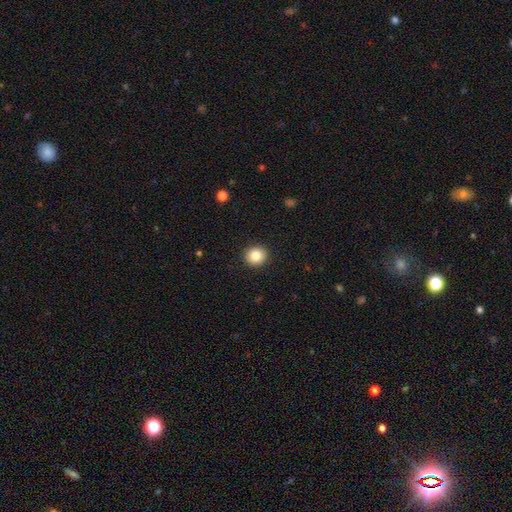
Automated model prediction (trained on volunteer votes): This appears to be a smooth galaxy with no disk features (84%) that is round (89%). Merging: none (92%).